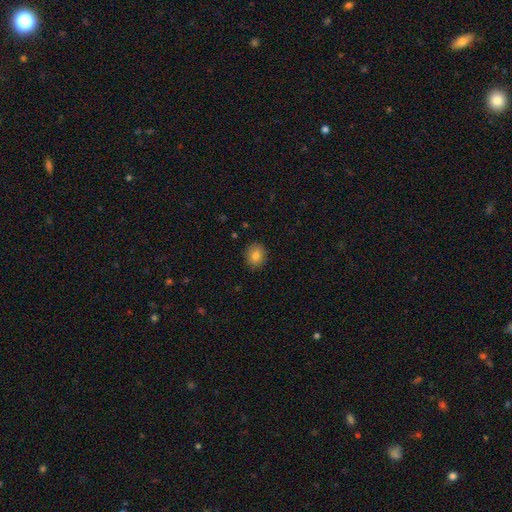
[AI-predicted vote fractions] Overall: smooth (82%). How rounded: round (77%). Merging: none (89%).